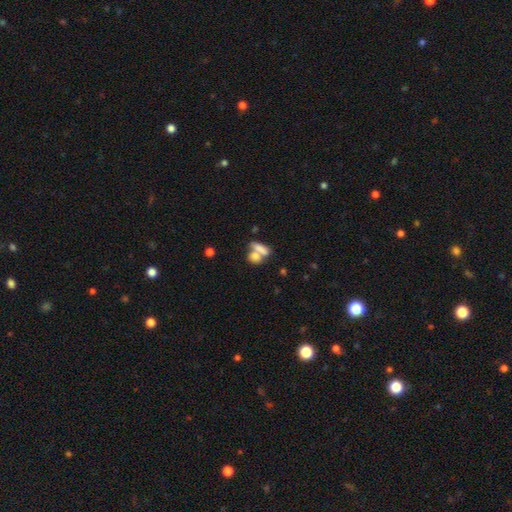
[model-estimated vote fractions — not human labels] A smooth galaxy with no disk features (77%) that is in between round and cigar-shaped (58%).

Vote fractions:
- Smooth or featured? smooth: 77% / featured or disk: 14% / star or artifact: 9%
- How rounded? in between: 58% / round: 28% / cigar-shaped: 14%
- Merging? merger: 55% / none: 33% / minor disturbance: 8% / major disturbance: 5%